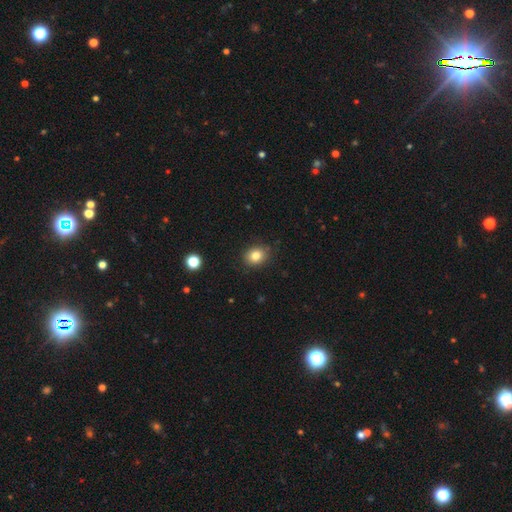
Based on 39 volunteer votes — Overall: smooth (90%). How rounded: round (51%; in between 49%). Merging: none (89%).